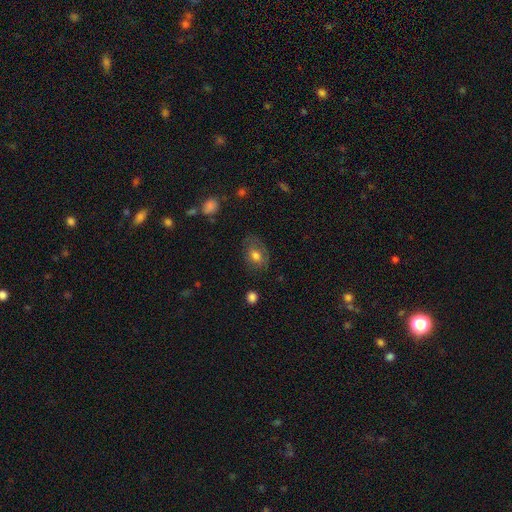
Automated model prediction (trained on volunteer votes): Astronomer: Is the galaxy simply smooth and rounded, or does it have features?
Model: smooth — 66%.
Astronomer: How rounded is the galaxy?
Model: in between — 71%.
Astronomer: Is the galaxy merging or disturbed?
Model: none — 65%.